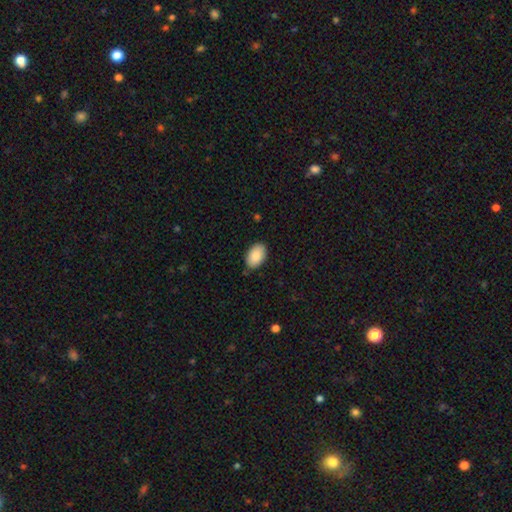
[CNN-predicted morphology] smooth 89%, star or artifact 6%, featured or disk 5%. Down the decision tree: how rounded — in between (92%); merging — none (84%).